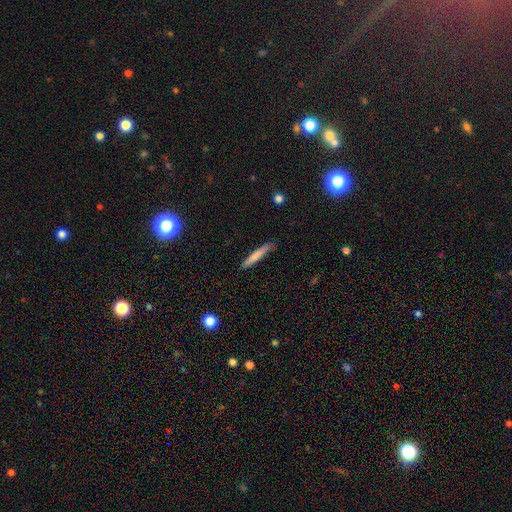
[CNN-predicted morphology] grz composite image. It shows a smooth galaxy with no disk features (73%) that is cigar-shaped (95%). Merging: none (86%).